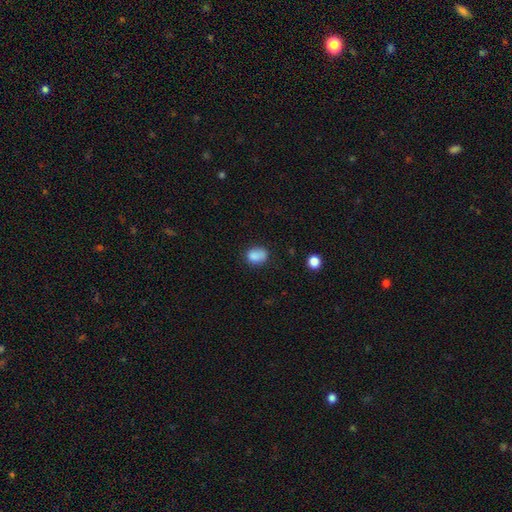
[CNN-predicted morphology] A smooth galaxy with no disk features (83%) that is in between round and cigar-shaped (60%). Merging: none (60%).